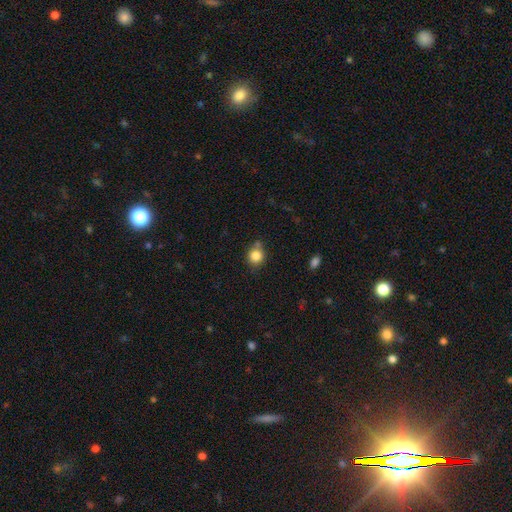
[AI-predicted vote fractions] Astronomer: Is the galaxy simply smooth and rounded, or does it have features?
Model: smooth — 83%.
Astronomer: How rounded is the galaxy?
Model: round — 84%.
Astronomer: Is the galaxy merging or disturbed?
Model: none — 66%.